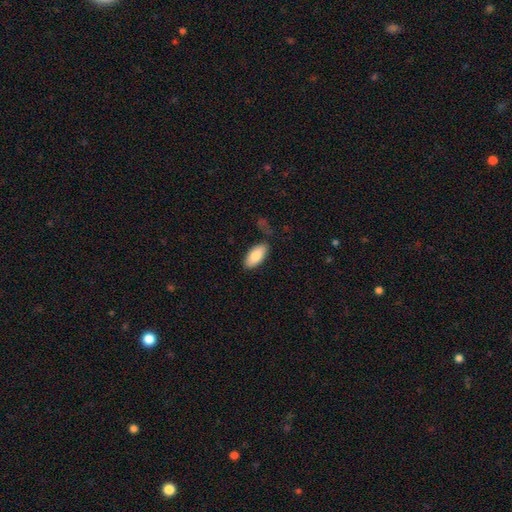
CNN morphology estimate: smooth 85%, featured or disk 9%, star or artifact 6%. Down the decision tree: how rounded — in between (91%); merging — none (81%).